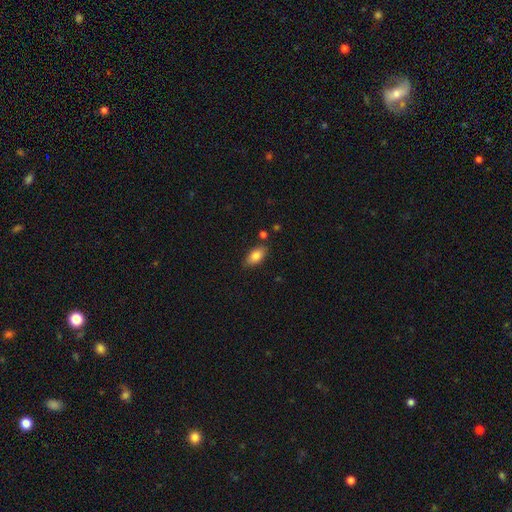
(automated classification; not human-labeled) This is clearly a smooth galaxy (81%). How rounded: clearly in between (89%). Merging: clearly none (81%).